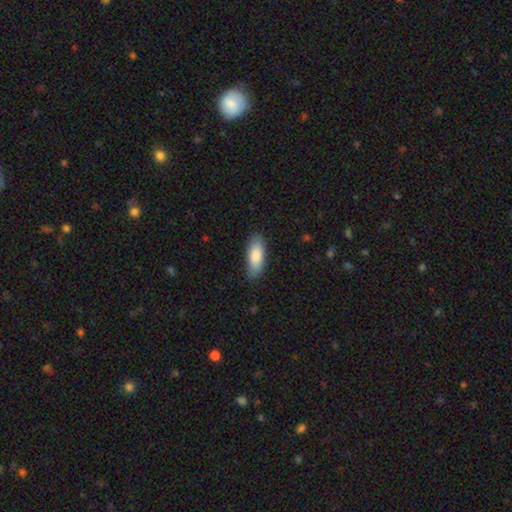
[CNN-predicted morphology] A smooth galaxy with no disk features (82%) that is in between round and cigar-shaped (71%).

Vote fractions:
- Smooth or featured? smooth: 82% / featured or disk: 12% / star or artifact: 6%
- How rounded? in between: 71% / cigar-shaped: 27% / round: 2%
- Merging? none: 83% / minor disturbance: 13% / major disturbance: 2% / merger: 1%